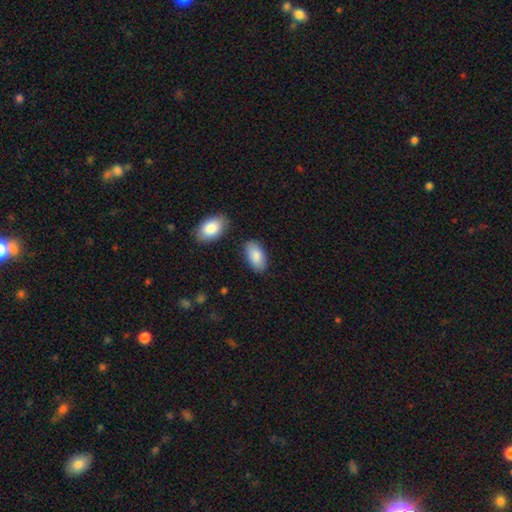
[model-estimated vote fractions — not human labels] A smooth galaxy with no disk features (87%) that is in between round and cigar-shaped (95%).

Vote fractions:
- Smooth or featured? smooth: 87% / featured or disk: 7% / star or artifact: 6%
- How rounded? in between: 95% / round: 3% / cigar-shaped: 2%
- Merging? none: 81% / minor disturbance: 12% / merger: 4% / major disturbance: 3%